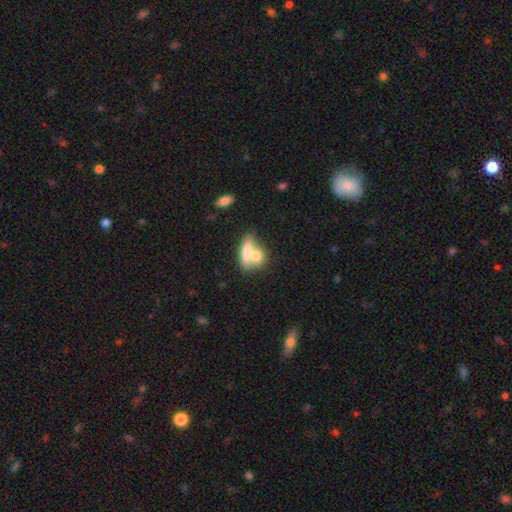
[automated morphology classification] A smooth galaxy with no disk features (69%) that is in between round and cigar-shaped (62%).

Vote fractions:
- Smooth or featured? smooth: 69% / featured or disk: 24% / star or artifact: 7%
- How rounded? in between: 62% / round: 21% / cigar-shaped: 17%
- Merging? merger: 64% / none: 25% / minor disturbance: 8% / major disturbance: 4%